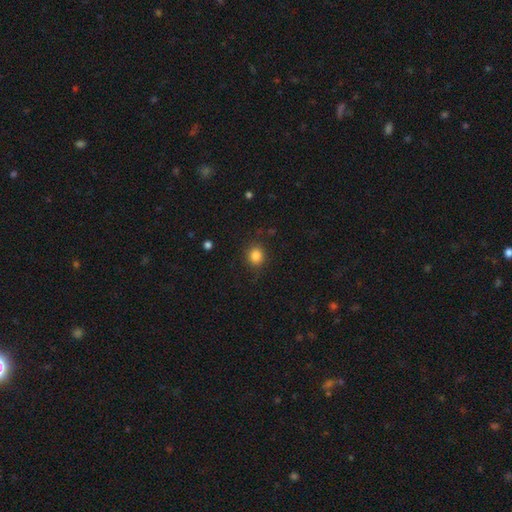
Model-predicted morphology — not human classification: This is clearly a smooth galaxy (84%). How rounded: clearly round (81%). Merging: clearly none (84%).